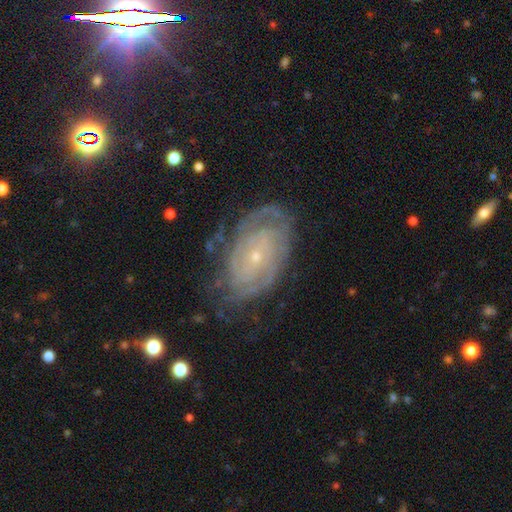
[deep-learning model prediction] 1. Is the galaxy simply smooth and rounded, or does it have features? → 81% featured or disk, 11% smooth, 8% star or artifact.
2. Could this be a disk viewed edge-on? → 95% no, 5% yes.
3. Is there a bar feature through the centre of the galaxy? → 72% no, 21% weak, 6% strong.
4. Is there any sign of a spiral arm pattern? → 92% yes, 8% no.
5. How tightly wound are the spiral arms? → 76% tight, 19% medium, 5% loose.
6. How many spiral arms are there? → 44% can't tell, 22% 2, 12% 3, 10% 4, 7% more than 4, 6% 1.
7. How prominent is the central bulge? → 85% small, 11% moderate, 2% none, 1% large, 1% dominant.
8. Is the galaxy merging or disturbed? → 70% none, 20% minor disturbance, 8% major disturbance, 2% merger.